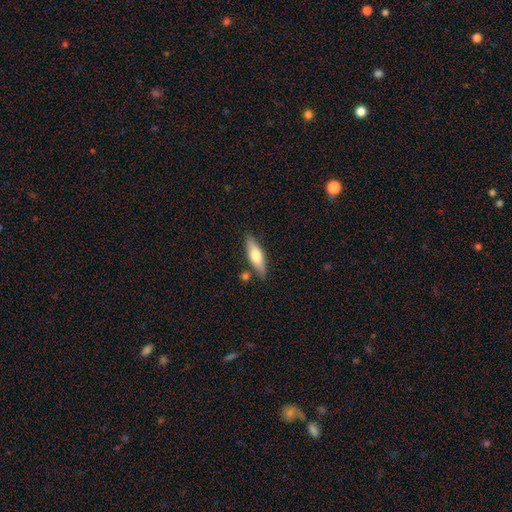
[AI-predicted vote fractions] Smooth or featured: smooth — 60% (featured or disk — 34%)
How rounded: cigar-shaped — 53% (in between — 45%)
Merging: none — 79% (minor disturbance — 12%)